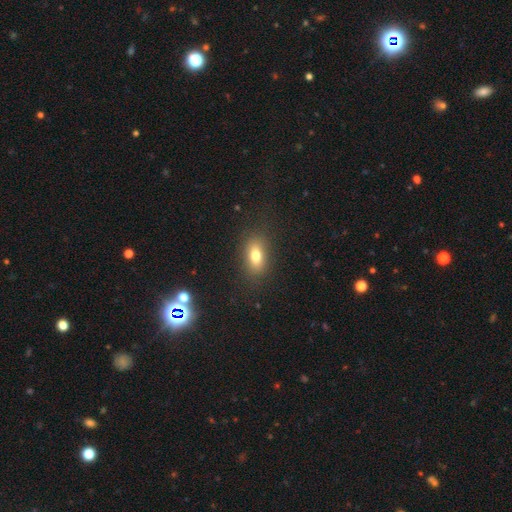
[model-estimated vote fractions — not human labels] smooth 76%, featured or disk 13%, star or artifact 11%. Down the decision tree: how rounded — in between (82%); merging — none (85%).